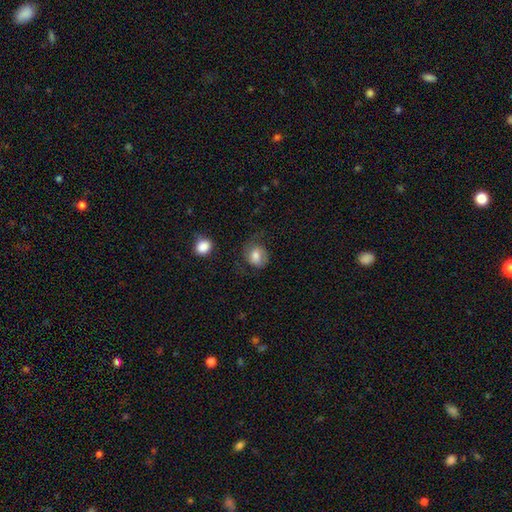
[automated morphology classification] type=smooth (72%); roundness=round (60%); merging=none (55%).